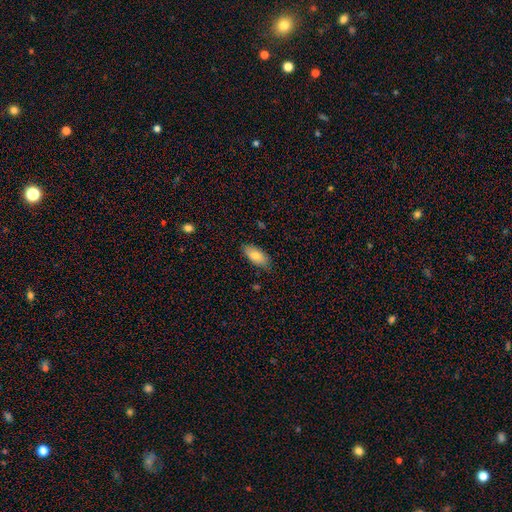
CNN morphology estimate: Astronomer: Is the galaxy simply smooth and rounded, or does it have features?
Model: smooth — 80%.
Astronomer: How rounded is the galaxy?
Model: in between — 89%.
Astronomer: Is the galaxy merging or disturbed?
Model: none — 83%.